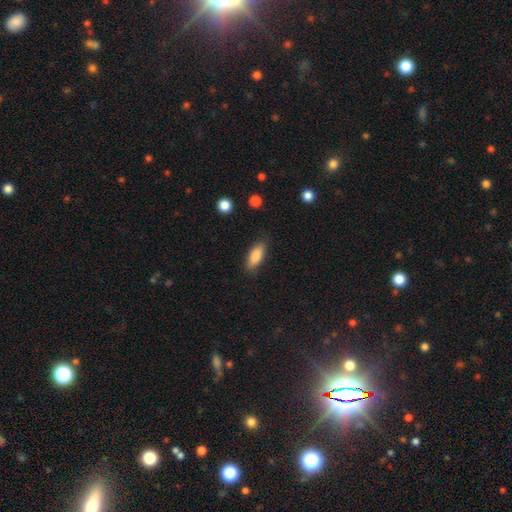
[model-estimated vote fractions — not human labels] This is clearly a smooth galaxy (85%). How rounded: likely in between (71%). Merging: clearly none (85%).